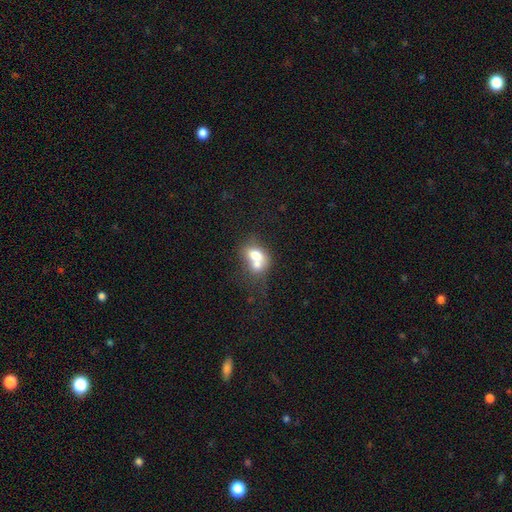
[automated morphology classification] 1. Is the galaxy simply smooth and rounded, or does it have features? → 66% smooth, 25% featured or disk, 9% star or artifact.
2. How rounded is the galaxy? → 59% in between, 39% round, 1% cigar-shaped.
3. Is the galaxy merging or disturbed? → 68% merger, 18% none, 8% minor disturbance, 6% major disturbance.